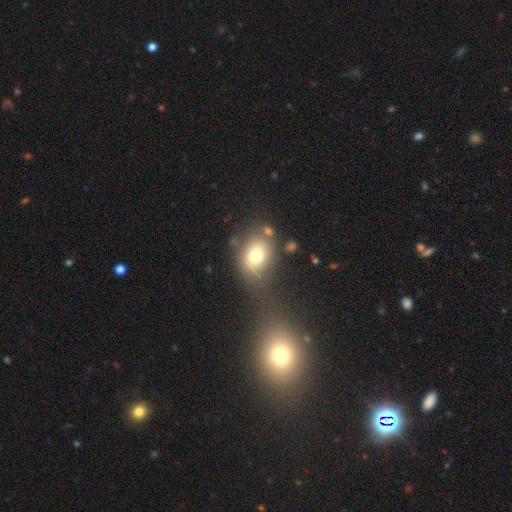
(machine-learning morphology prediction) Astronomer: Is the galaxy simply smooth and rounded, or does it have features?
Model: smooth — 75%.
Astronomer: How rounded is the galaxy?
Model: in between — 56% (runner-up: round, 43%).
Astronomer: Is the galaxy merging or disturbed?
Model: none — 56%.